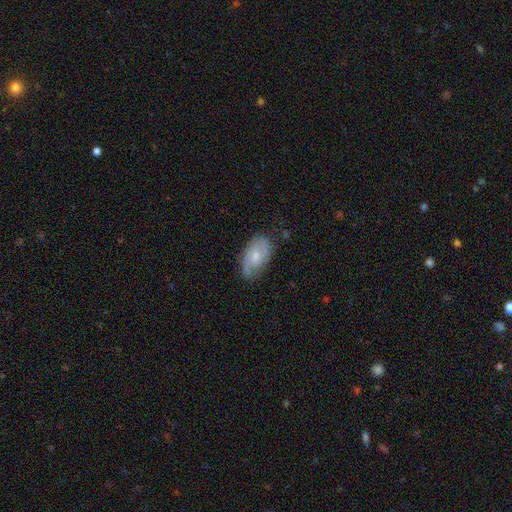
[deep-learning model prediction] Smooth or featured? Predicted: featured or disk (p=0.68). Edge-on disk? Predicted: no (p=0.95). Bar? Predicted: no (p=0.50). Spiral arms? Predicted: yes (p=0.91). Spiral winding? Predicted: medium (p=0.46). Spiral arm count? Predicted: 2 (p=0.71). Bulge size? Predicted: small (p=0.48). Merging? Predicted: none (p=0.70).